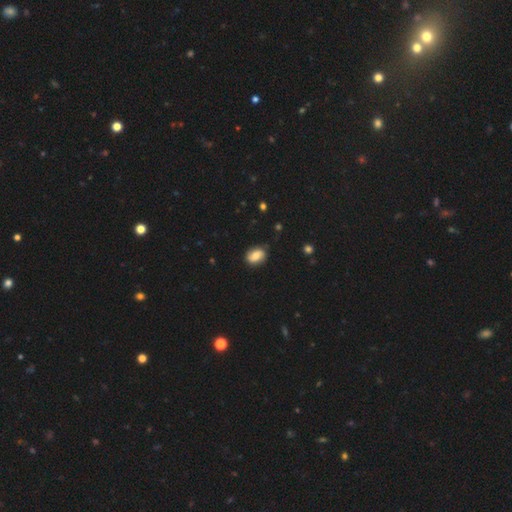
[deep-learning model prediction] This appears to be a smooth galaxy with no disk features (69%) that is in between round and cigar-shaped (70%). Merging: none (81%).